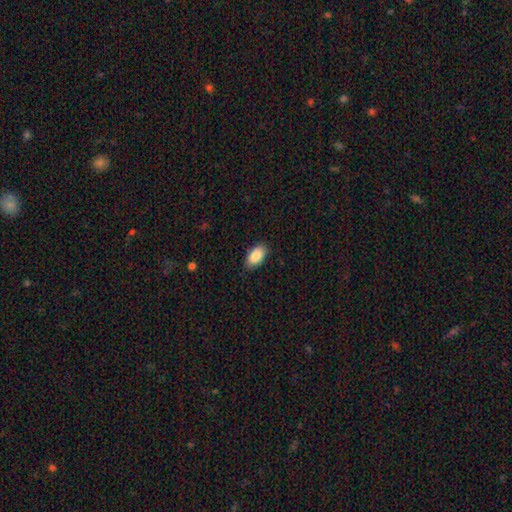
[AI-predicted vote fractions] Morphology: type=smooth (87%); roundness=in between (94%); merging=none (86%).